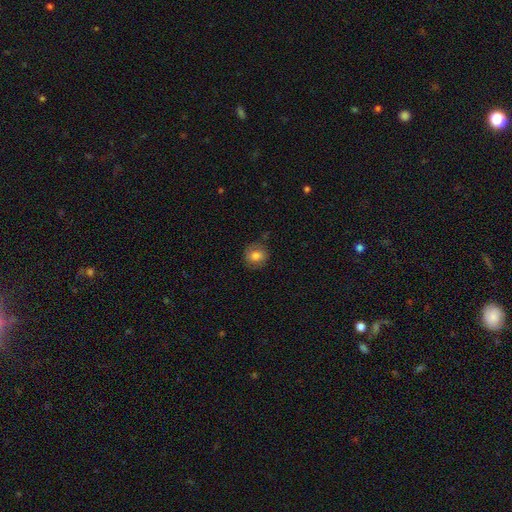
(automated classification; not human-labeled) Smooth or featured?
  - smooth: 75% *
  - featured or disk: 16%
  - star or artifact: 9%
How rounded?
  - round: 81% *
  - in between: 18%
  - cigar-shaped: 1%
Merging?
  - none: 77% *
  - minor disturbance: 16%
  - major disturbance: 5%
  - merger: 1%